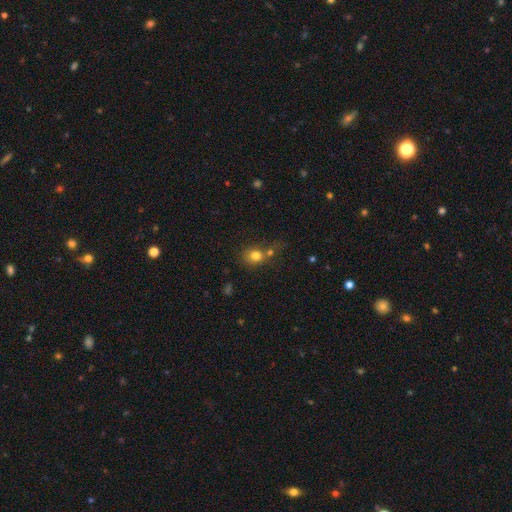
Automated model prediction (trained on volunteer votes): Morphology: type=smooth (78%); roundness=round (74%); merging=none (49%).